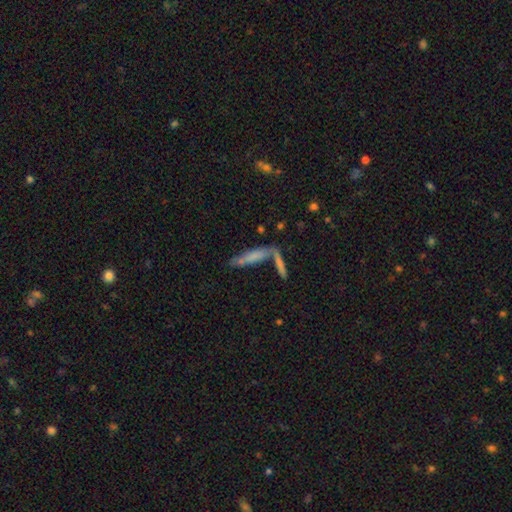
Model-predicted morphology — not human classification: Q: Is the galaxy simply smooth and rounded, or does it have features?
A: smooth — 59%.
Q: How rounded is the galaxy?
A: cigar-shaped — 77%.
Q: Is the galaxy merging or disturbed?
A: none — 45%.